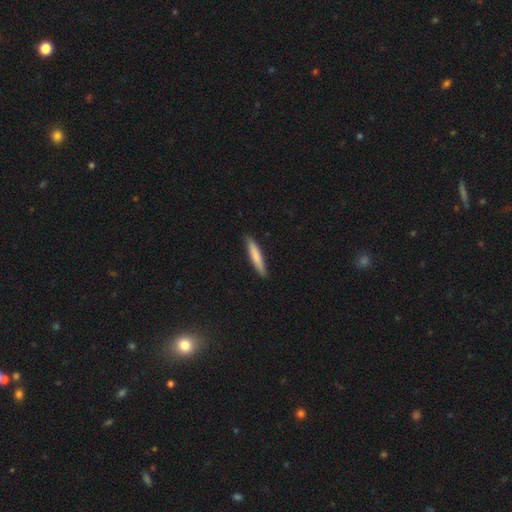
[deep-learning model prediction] The model was most divided on "smooth or featured": smooth: 76%, featured or disk: 19%, star or artifact: 5%. More confident: how rounded — cigar-shaped (92%); merging — none (89%).